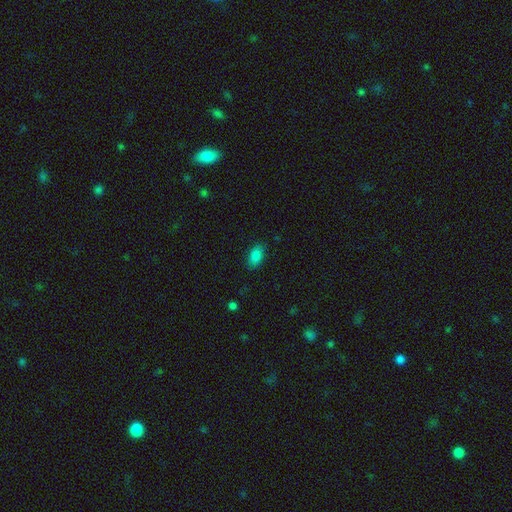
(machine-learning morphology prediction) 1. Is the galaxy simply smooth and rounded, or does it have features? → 86% smooth, 9% star or artifact, 5% featured or disk.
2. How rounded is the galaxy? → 92% in between, 5% round, 3% cigar-shaped.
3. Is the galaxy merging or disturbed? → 85% none, 11% minor disturbance, 3% major disturbance, 1% merger.